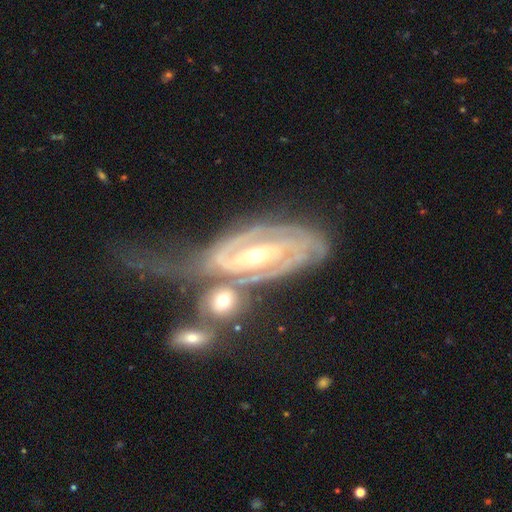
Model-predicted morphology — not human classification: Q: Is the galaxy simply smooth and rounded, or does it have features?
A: featured or disk — 89%.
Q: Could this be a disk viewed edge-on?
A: no — 94%.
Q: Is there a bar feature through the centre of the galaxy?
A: weak — 37%.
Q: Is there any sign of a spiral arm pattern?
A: yes — 96%.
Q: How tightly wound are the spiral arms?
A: tight — 72%.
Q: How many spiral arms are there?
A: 2 — 44%.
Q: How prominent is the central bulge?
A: moderate — 49%.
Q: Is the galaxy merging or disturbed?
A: merger — 29%.